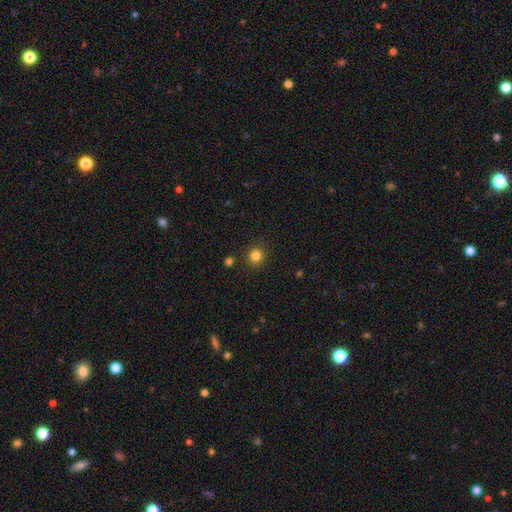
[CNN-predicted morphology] A smooth galaxy with no disk features (83%) that is round (90%).

Vote fractions:
- Smooth or featured? smooth: 83% / star or artifact: 13% / featured or disk: 4%
- How rounded? round: 90% / in between: 9% / cigar-shaped: 1%
- Merging? none: 88% / minor disturbance: 7% / major disturbance: 2% / merger: 2%